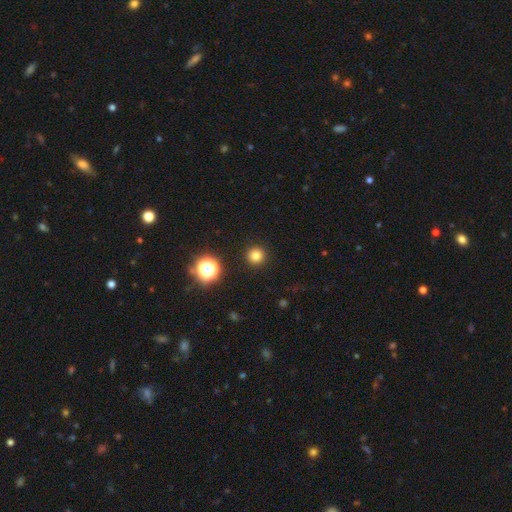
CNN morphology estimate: type=smooth (80%); roundness=round (96%); merging=none (92%).